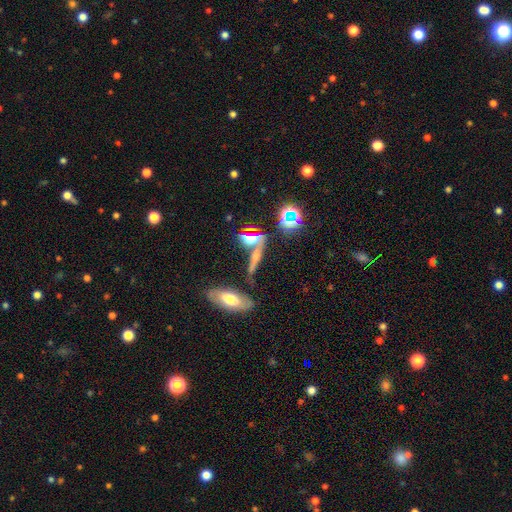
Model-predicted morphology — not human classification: A smooth galaxy with no disk features (36%). Merging: none (61%).